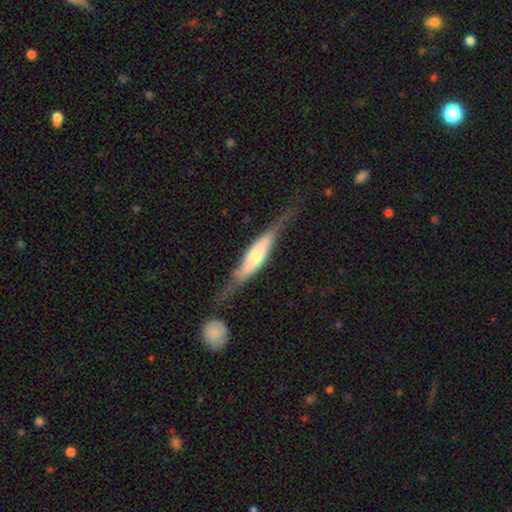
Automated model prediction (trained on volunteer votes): Smooth or featured? featured or disk (62%)
Edge-on disk? yes (82%)
Edge-on bulge? rounded (61%)
Merging? none (59%)